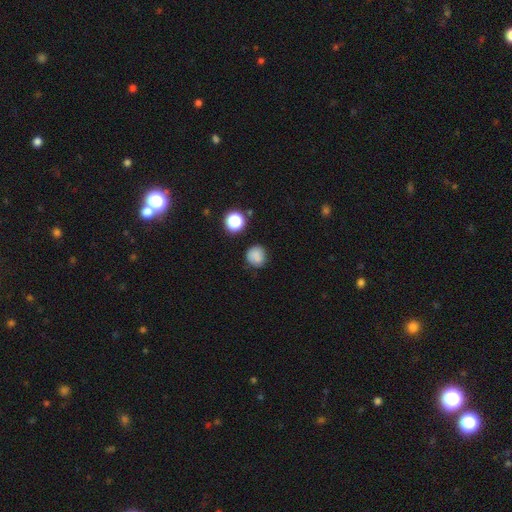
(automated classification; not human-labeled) The model was most divided on "merging": none: 80%, minor disturbance: 14%, major disturbance: 3%, merger: 3%. More confident: how rounded — round (89%); smooth or featured — smooth (81%).